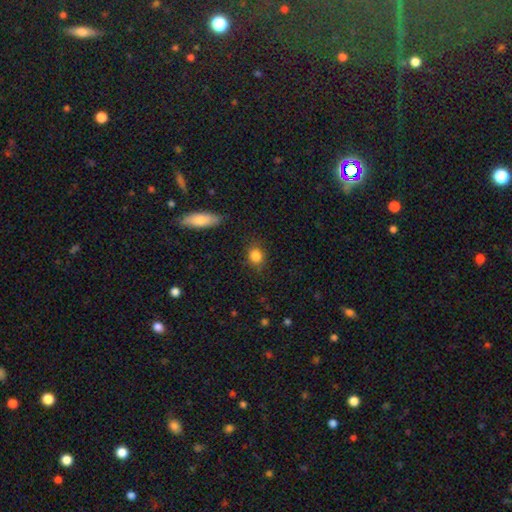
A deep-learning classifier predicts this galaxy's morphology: A smooth galaxy with no disk features (85%) that is round (66%). Merging: none (81%).